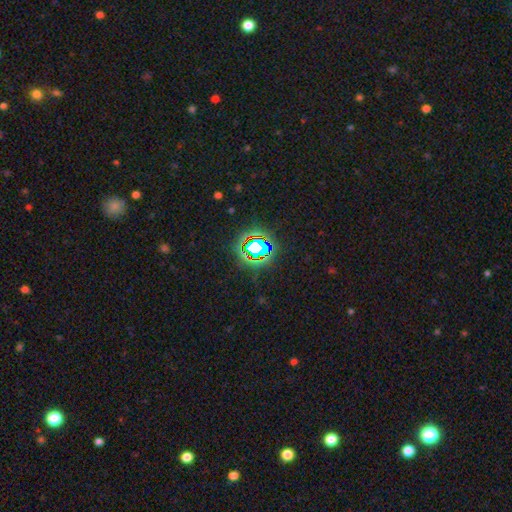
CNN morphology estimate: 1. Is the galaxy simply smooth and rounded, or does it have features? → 80% star or artifact, 13% smooth, 7% featured or disk.